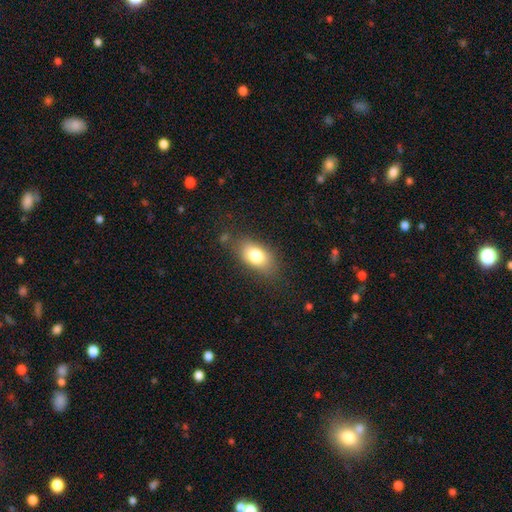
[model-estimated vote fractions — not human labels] Morphology: type=smooth (78%); roundness=in between (87%); merging=none (76%).